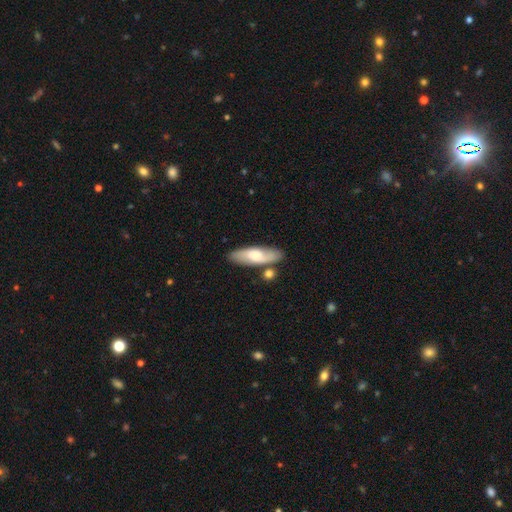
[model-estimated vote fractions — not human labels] Overall: smooth (59%; featured or disk 36%). How rounded: in between (51%; cigar-shaped 46%). Merging: none (72%).